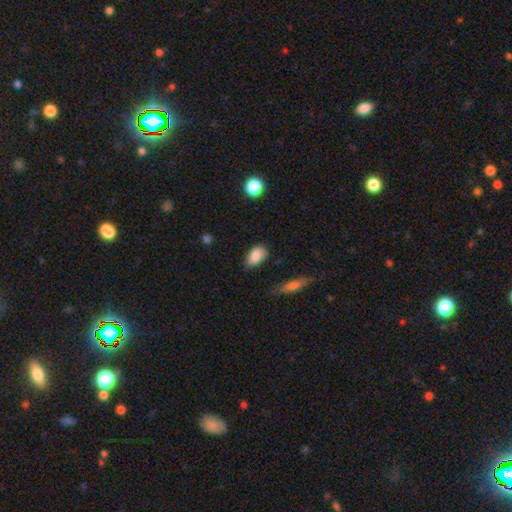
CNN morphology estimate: Smooth or featured? Predicted: smooth (p=0.87). How rounded? Predicted: in between (p=0.91). Merging? Predicted: none (p=0.79).